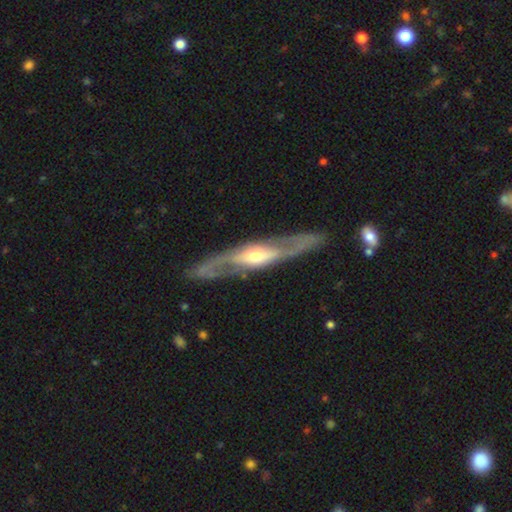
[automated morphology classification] featured or disk 84%, smooth 12%, star or artifact 4%. Down the decision tree: edge-on disk — no (64%); bar — no (42%); spiral arms — yes (82%); bulge size — moderate (64%); merging — none (83%).